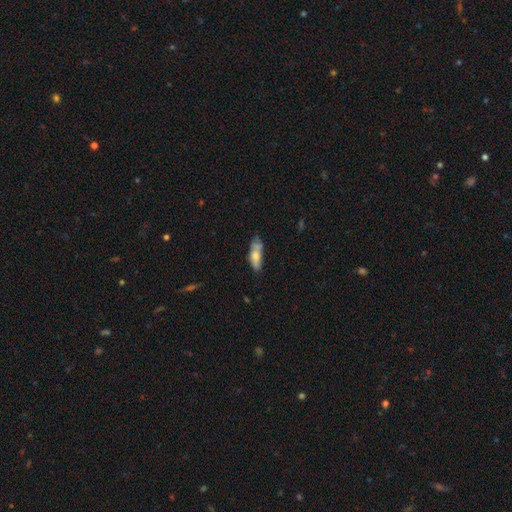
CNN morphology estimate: type=smooth (65%); roundness=in between (73%); merging=none (46%).